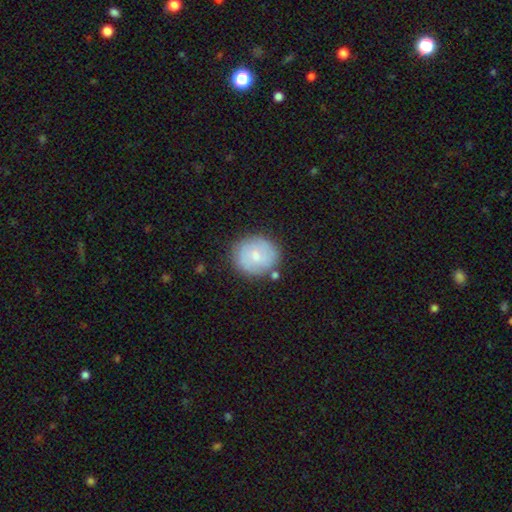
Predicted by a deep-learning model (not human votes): smooth-or-featured: smooth: 55% | featured or disk: 38% | star or artifact: 7%
  how-rounded: round: 81% | in between: 18% | cigar-shaped: 1%
  merging: none: 76% | minor disturbance: 15% | major disturbance: 4% | merger: 4%